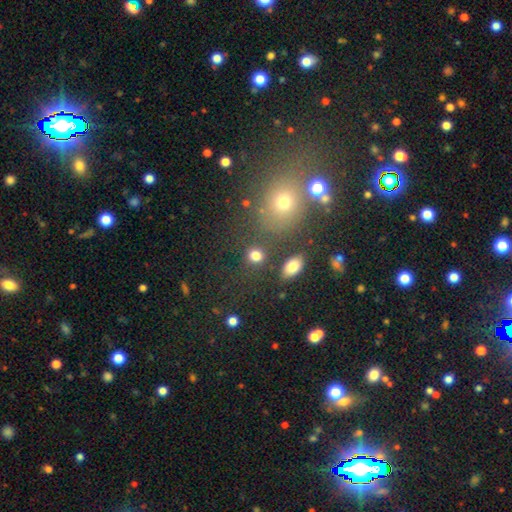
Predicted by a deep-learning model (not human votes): Overall: smooth (81%). How rounded: round (69%; in between 30%). Merging: none (78%).